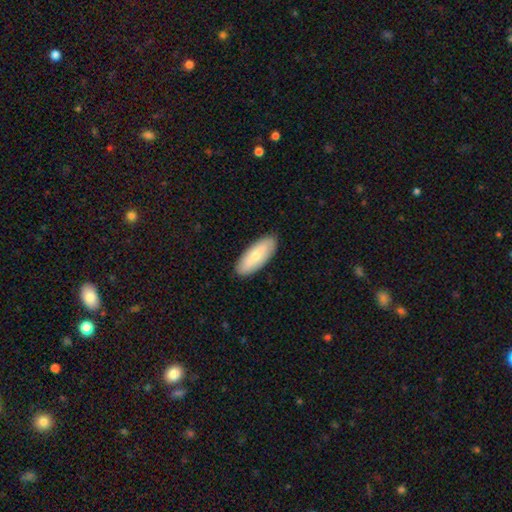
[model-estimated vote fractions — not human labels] Smooth or featured?
  - smooth: 69% *
  - featured or disk: 26%
  - star or artifact: 5%
How rounded?
  - in between: 76% *
  - cigar-shaped: 22%
  - round: 2%
Merging?
  - none: 88% *
  - minor disturbance: 9%
  - major disturbance: 2%
  - merger: 1%